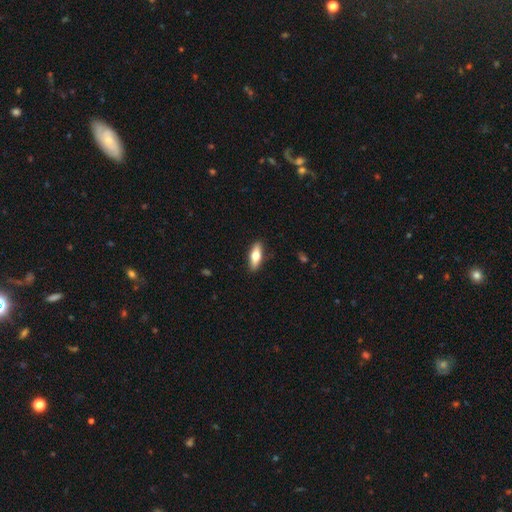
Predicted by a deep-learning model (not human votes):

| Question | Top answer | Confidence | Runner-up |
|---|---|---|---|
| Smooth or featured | smooth | 63% | featured or disk (31%) |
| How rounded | in between | 61% | cigar-shaped (36%) |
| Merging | none | 89% | minor disturbance (8%) |